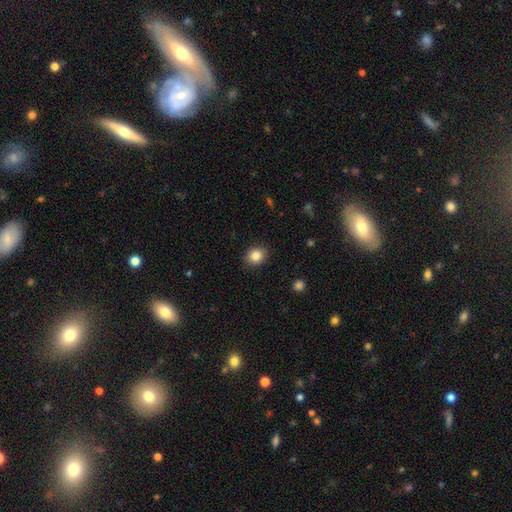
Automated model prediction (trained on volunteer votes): Overall: smooth (85%). How rounded: round (63%; in between 36%). Merging: none (88%).